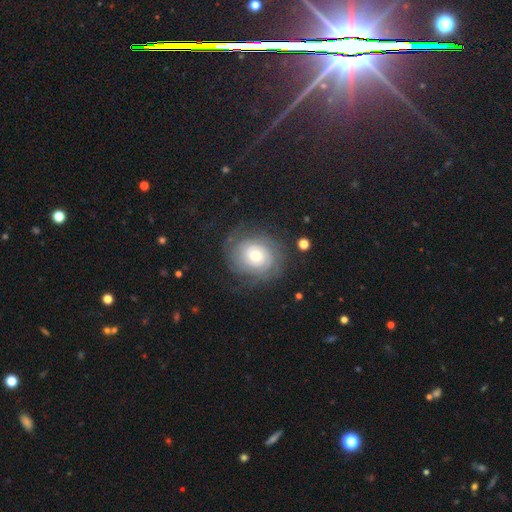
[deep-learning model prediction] Morphology: type=featured or disk (77%); edge-on=no (97%); bar=no (79%); spiral arms=yes (93%); winding=tight (78%); arm count=can't tell (42%); bulge=moderate (60%); merging=none (75%).